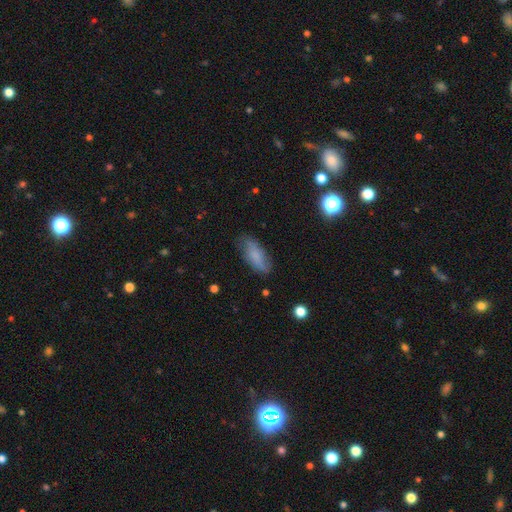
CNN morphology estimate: Smooth or featured?
  - smooth: 69% *
  - featured or disk: 23%
  - star or artifact: 9%
How rounded?
  - in between: 78% *
  - cigar-shaped: 19%
  - round: 3%
Merging?
  - none: 73% *
  - minor disturbance: 21%
  - major disturbance: 5%
  - merger: 2%